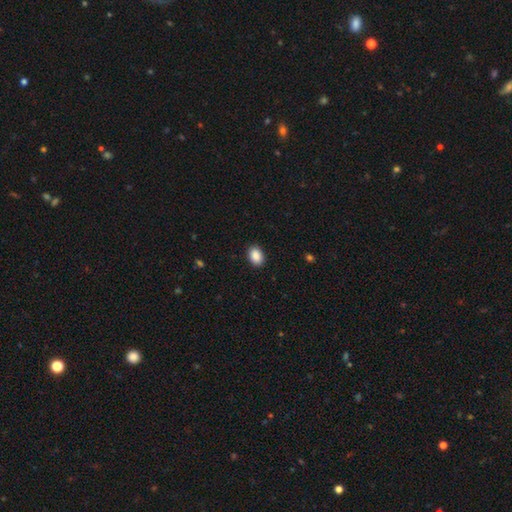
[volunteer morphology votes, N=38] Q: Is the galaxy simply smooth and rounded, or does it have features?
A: smooth — 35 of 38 (92%).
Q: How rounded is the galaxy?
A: in between — 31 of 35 (89%).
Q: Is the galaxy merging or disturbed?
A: none — 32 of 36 (89%).